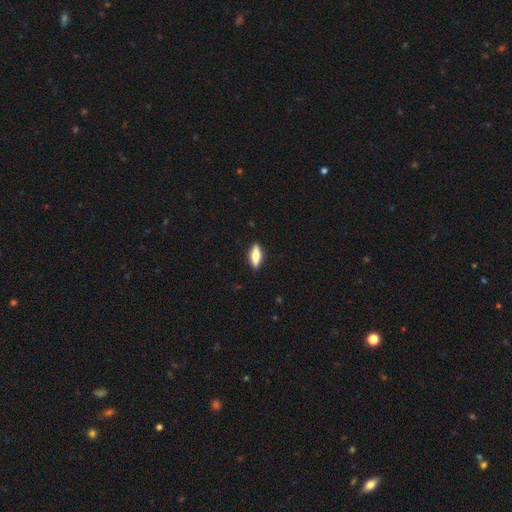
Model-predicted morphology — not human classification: A smooth galaxy with no disk features (56%) that is in between round and cigar-shaped (58%).

Vote fractions:
- Smooth or featured? smooth: 56% / featured or disk: 37% / star or artifact: 6%
- How rounded? in between: 58% / cigar-shaped: 39% / round: 3%
- Merging? none: 88% / minor disturbance: 9% / major disturbance: 2% / merger: 1%